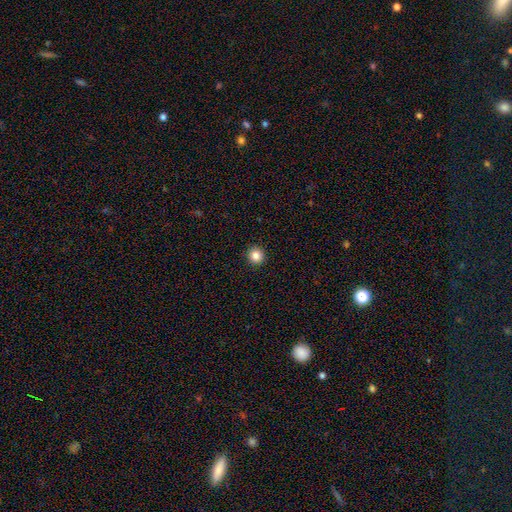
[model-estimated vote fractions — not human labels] Smooth or featured? smooth (85%)
How rounded? round (93%)
Merging? none (94%)